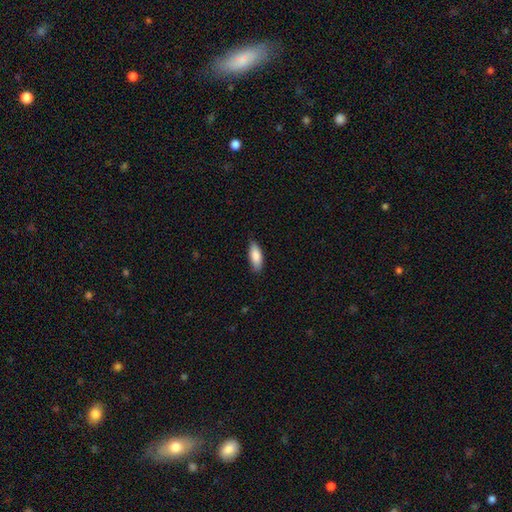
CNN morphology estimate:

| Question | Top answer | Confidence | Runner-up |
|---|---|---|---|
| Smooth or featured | smooth | 87% | featured or disk (7%) |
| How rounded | in between | 76% | cigar-shaped (23%) |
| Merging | none | 83% | minor disturbance (14%) |